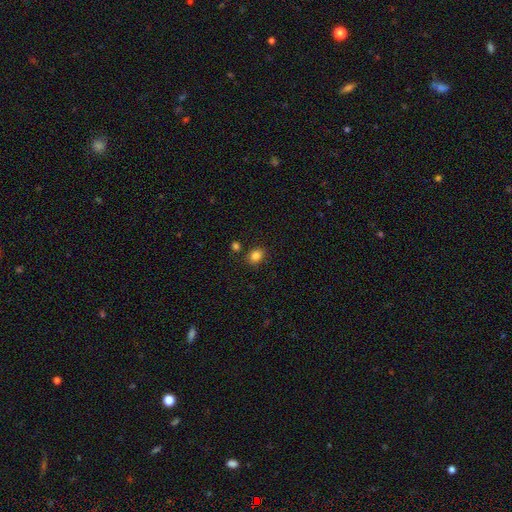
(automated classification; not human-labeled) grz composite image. It shows a smooth galaxy with no disk features (84%) that is in between round and cigar-shaped (50%). Merging: none (82%).